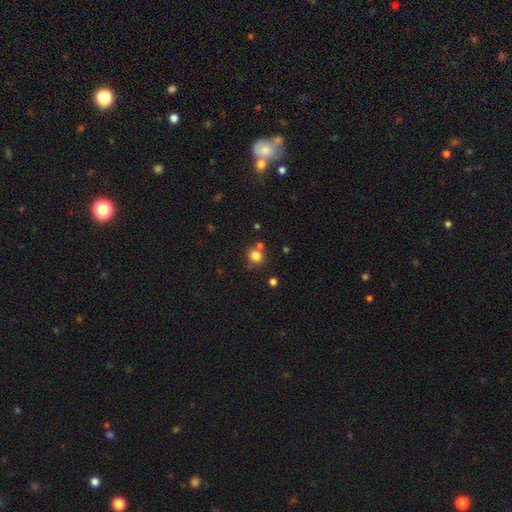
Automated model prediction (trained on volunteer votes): Smooth or featured?
  - smooth: 81% *
  - star or artifact: 13%
  - featured or disk: 6%
How rounded?
  - round: 86% *
  - in between: 13%
  - cigar-shaped: 1%
Merging?
  - none: 69% *
  - merger: 18%
  - minor disturbance: 10%
  - major disturbance: 4%